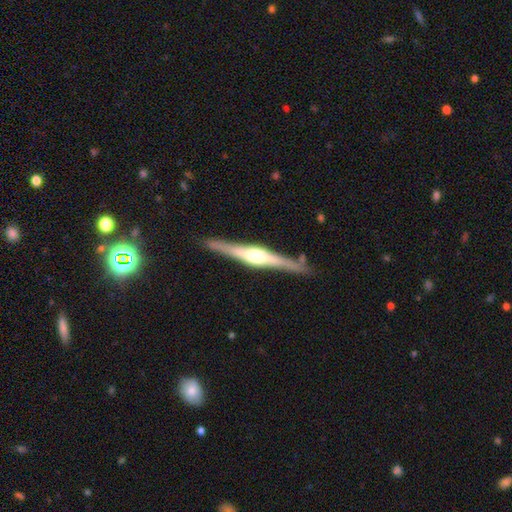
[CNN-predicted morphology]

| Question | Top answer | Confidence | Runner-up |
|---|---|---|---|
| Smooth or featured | featured or disk | 81% | smooth (14%) |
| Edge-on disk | yes | 98% | no (2%) |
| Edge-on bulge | rounded | 81% | boxy (16%) |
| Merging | none | 87% | minor disturbance (9%) |